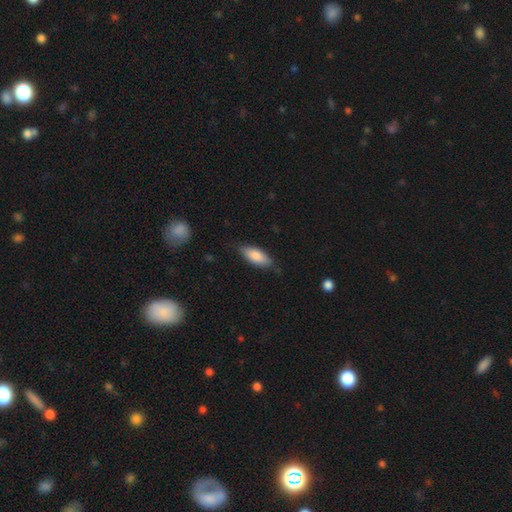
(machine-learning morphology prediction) A smooth galaxy with no disk features (81%) that is in between round and cigar-shaped (78%). Merging: none (76%).